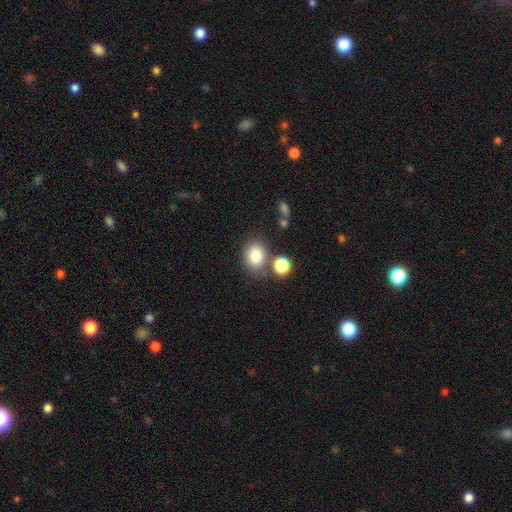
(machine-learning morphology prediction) Smooth or featured?
  - smooth: 81% *
  - star or artifact: 11%
  - featured or disk: 8%
How rounded?
  - round: 56% *
  - in between: 43%
  - cigar-shaped: 1%
Merging?
  - none: 72% *
  - merger: 12%
  - minor disturbance: 12%
  - major disturbance: 4%